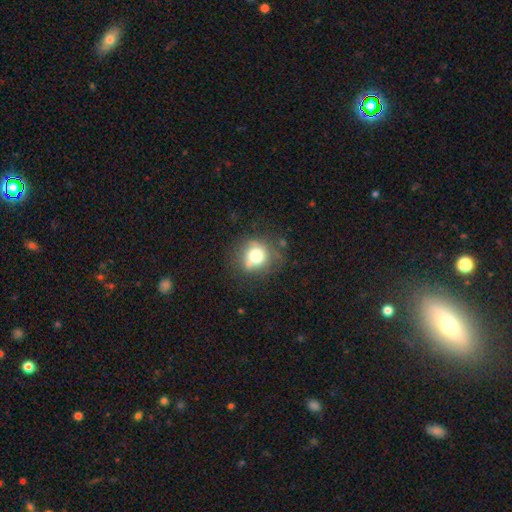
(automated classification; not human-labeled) Q: Smooth or featured?
A: smooth (70%); runner-up: featured or disk (18%)
Q: How rounded?
A: round (85%); runner-up: in between (14%)
Q: Merging?
A: none (62%); runner-up: minor disturbance (22%)